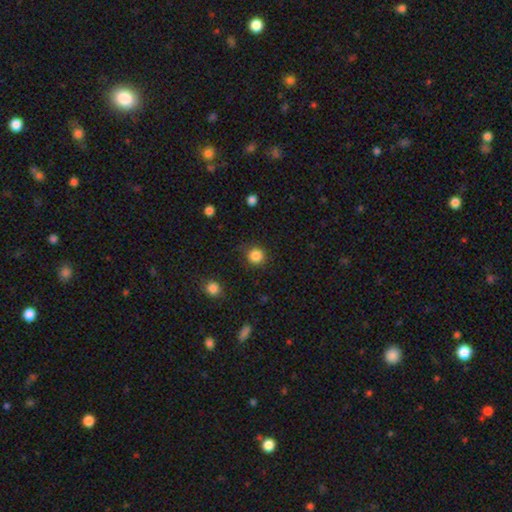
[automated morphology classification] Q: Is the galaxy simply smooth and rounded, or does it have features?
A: smooth — 86%.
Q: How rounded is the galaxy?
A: round — 93%.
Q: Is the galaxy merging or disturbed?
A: none — 85%.